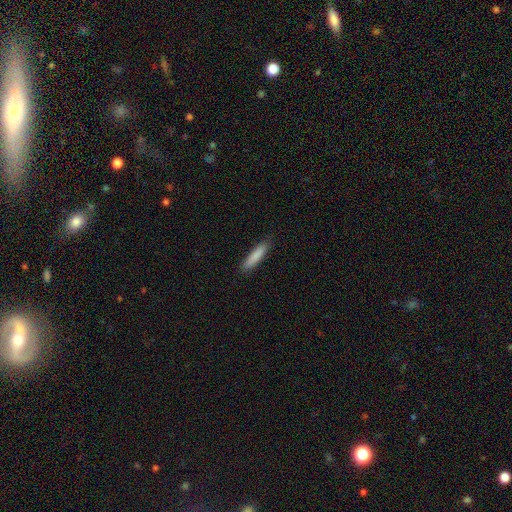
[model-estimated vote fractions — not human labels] The model was most divided on "how rounded": cigar-shaped: 84%, in between: 14%, round: 1%. More confident: merging — none (87%); smooth or featured — smooth (85%).